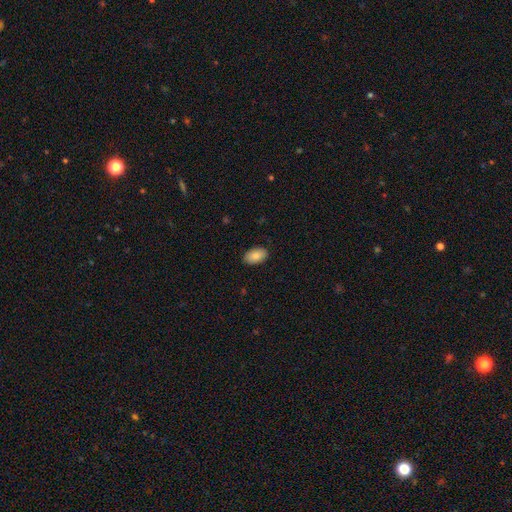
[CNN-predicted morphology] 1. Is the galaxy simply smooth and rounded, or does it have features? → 86% smooth, 7% featured or disk, 7% star or artifact.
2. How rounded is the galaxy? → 93% in between, 5% round, 1% cigar-shaped.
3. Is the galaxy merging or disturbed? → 88% none, 9% minor disturbance, 2% major disturbance, 1% merger.